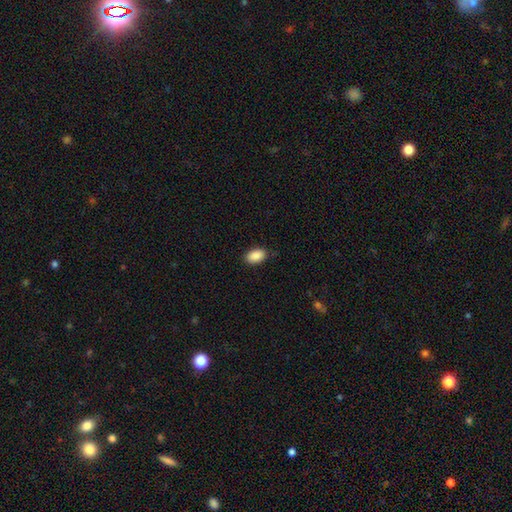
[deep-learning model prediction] Smooth or featured? Predicted: smooth (p=0.90). How rounded? Predicted: in between (p=0.93). Merging? Predicted: none (p=0.87).